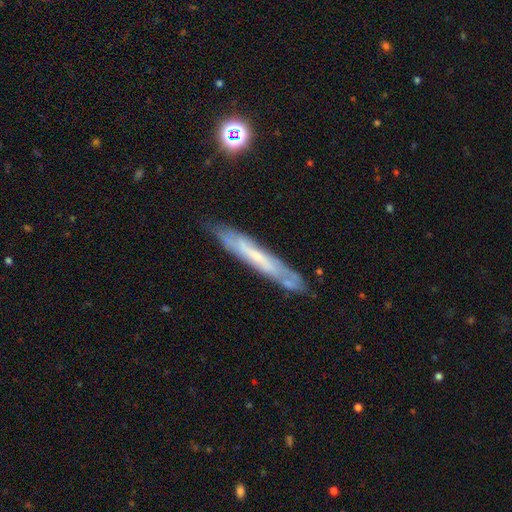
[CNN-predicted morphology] The model was most divided on "smooth or featured": featured or disk: 58%, smooth: 35%, star or artifact: 8%. More confident: merging — none (74%); edge-on disk — yes (67%).